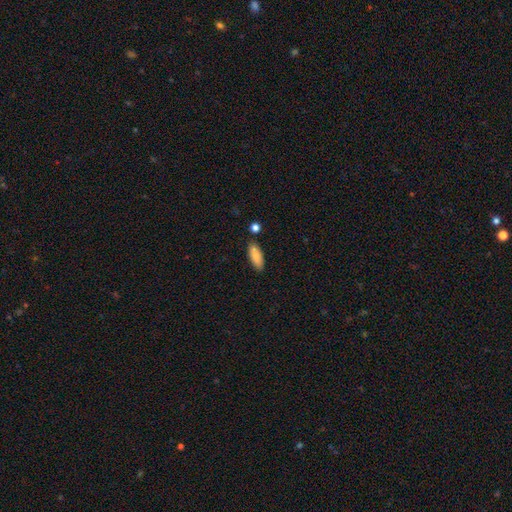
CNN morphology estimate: Smooth or featured?
  - smooth: 85% *
  - featured or disk: 9%
  - star or artifact: 7%
How rounded?
  - in between: 76% *
  - cigar-shaped: 22%
  - round: 2%
Merging?
  - none: 83% *
  - minor disturbance: 11%
  - merger: 4%
  - major disturbance: 2%